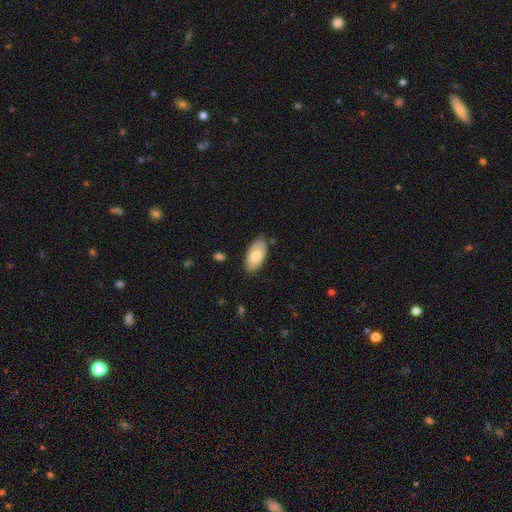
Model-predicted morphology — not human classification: A smooth galaxy with no disk features (77%) that is in between round and cigar-shaped (95%). Merging: none (81%).